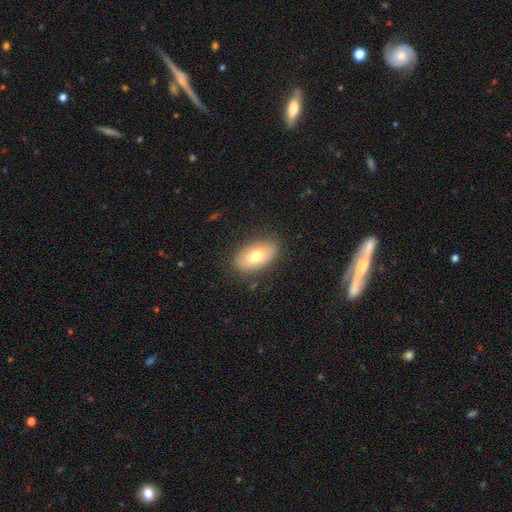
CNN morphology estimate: type=smooth (74%); roundness=in between (92%); merging=none (84%).